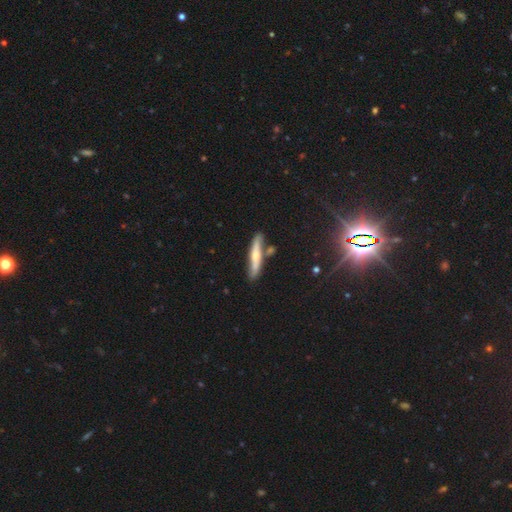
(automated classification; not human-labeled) Smooth or featured? featured or disk (54%)
Edge-on disk? yes (81%)
Merging? none (70%)